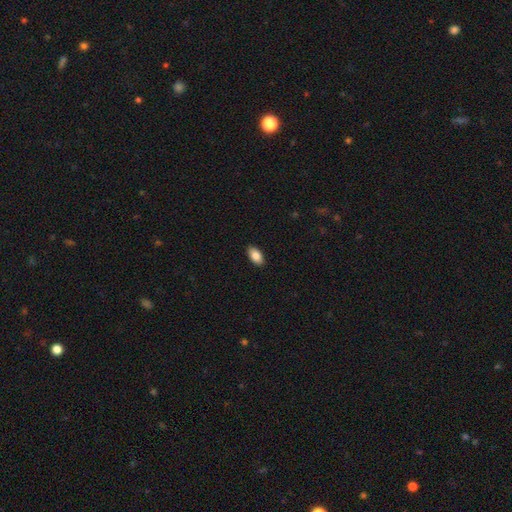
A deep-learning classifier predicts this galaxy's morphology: type=smooth (86%); roundness=in between (93%); merging=none (90%).